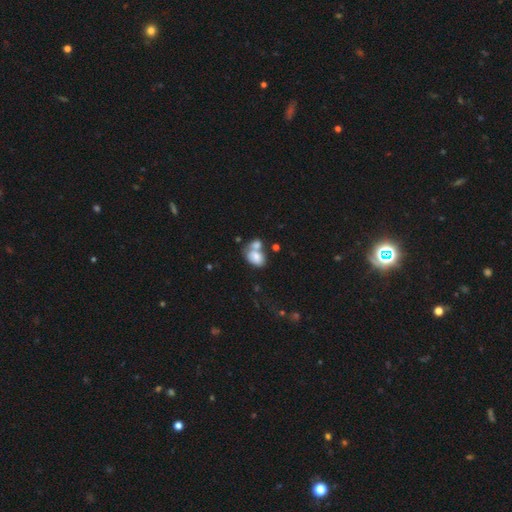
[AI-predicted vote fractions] Smooth or featured: smooth — 73% (featured or disk — 19%)
How rounded: in between — 81% (round — 18%)
Merging: merger — 57% (none — 25%)